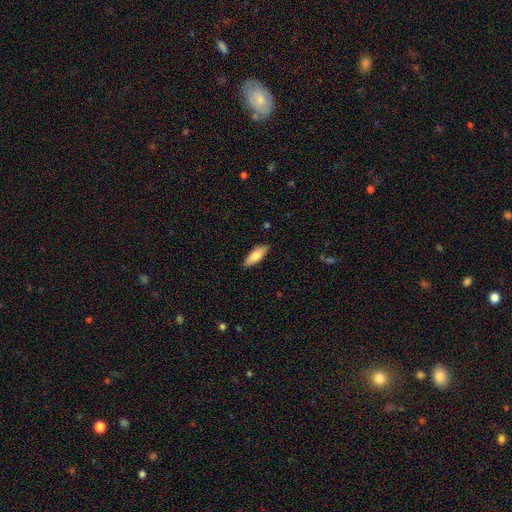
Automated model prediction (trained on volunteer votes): Smooth or featured? Predicted: smooth (p=0.78). How rounded? Predicted: in between (p=0.64). Merging? Predicted: none (p=0.87).